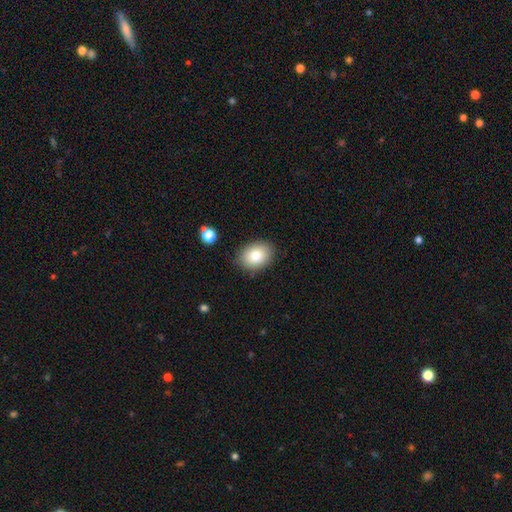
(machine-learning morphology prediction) Q: Smooth or featured?
A: smooth (81%); runner-up: featured or disk (11%)
Q: How rounded?
A: in between (71%); runner-up: round (28%)
Q: Merging?
A: none (85%); runner-up: minor disturbance (10%)